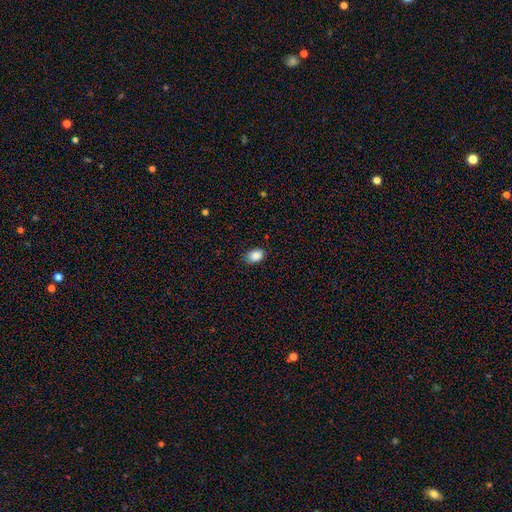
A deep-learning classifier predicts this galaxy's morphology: type=smooth (88%); roundness=in between (84%); merging=none (82%).